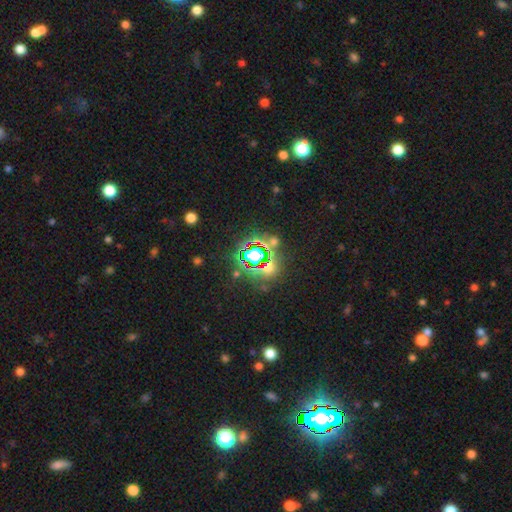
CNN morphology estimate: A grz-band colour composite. It shows a star or artifact, not a galaxy (72%).